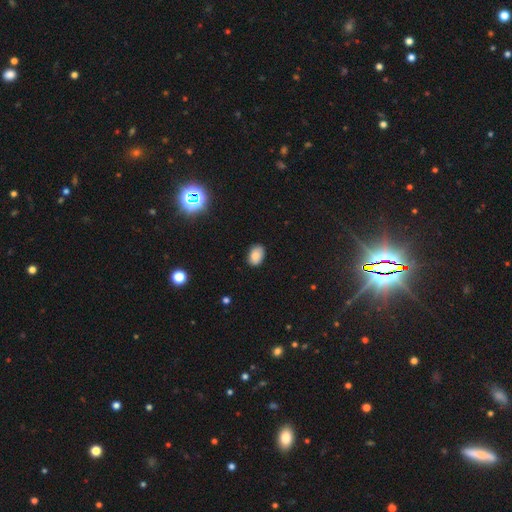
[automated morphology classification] This is clearly a smooth galaxy (84%). How rounded: clearly in between (83%). Merging: clearly none (84%).